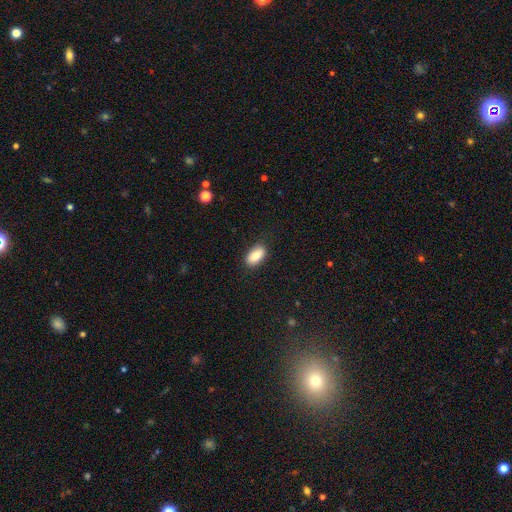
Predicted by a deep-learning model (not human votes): This is clearly a smooth galaxy (86%). How rounded: clearly in between (90%). Merging: clearly none (86%).